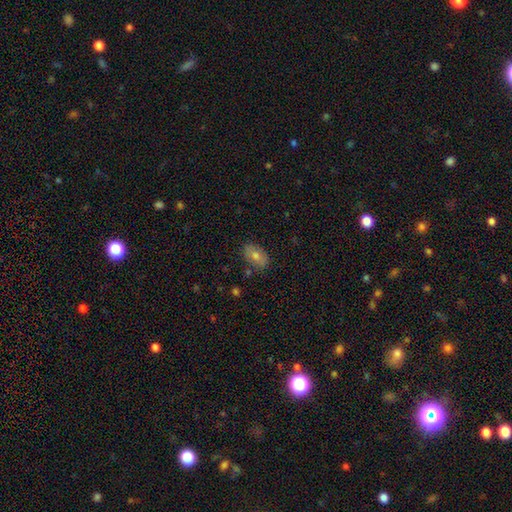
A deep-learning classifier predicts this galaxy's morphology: Overall: smooth (63%; featured or disk 26%). How rounded: in between (87%). Merging: none (83%).